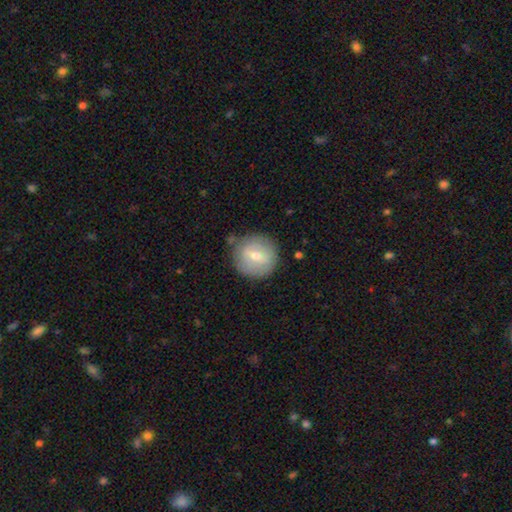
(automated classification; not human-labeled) Overall: smooth (52%; featured or disk 41%). How rounded: round (93%). Merging: none (81%).